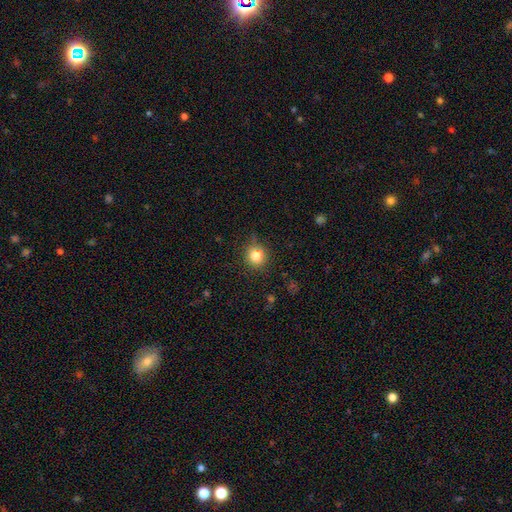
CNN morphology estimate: smooth_or_featured: smooth (p=0.81) [alt: star or artifact p=0.12]
how_rounded: round (p=0.89) [alt: in between p=0.10]
merging: none (p=0.79) [alt: minor disturbance p=0.15]